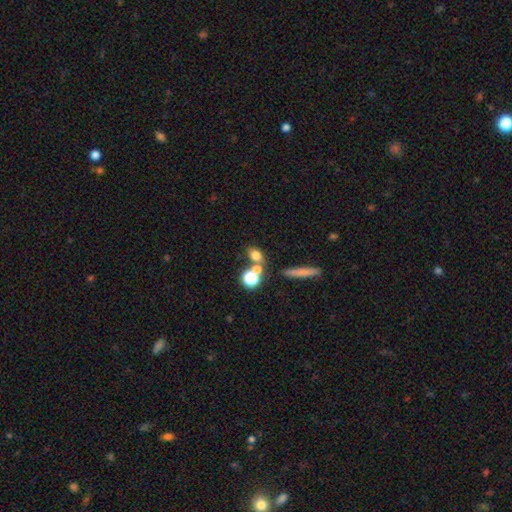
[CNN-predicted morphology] Q: Smooth or featured?
A: smooth (72%); runner-up: star or artifact (15%)
Q: How rounded?
A: in between (50%); runner-up: round (42%)
Q: Merging?
A: none (56%); runner-up: merger (30%)